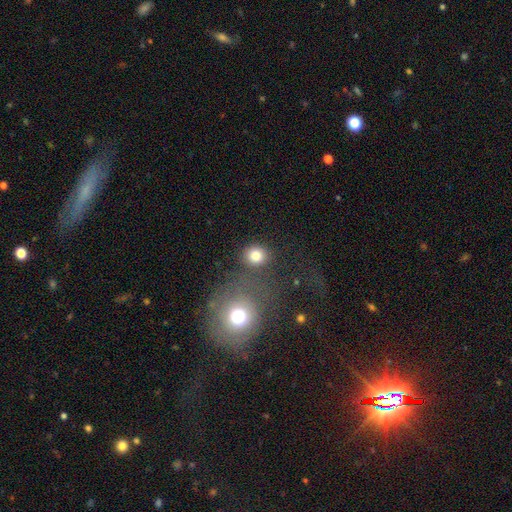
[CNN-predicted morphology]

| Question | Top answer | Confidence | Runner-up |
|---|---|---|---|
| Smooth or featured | smooth | 81% | star or artifact (12%) |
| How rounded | round | 83% | in between (16%) |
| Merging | none | 75% | merger (11%) |